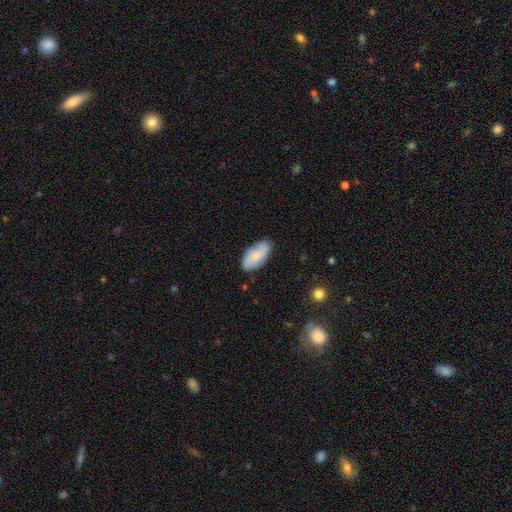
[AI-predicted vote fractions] Q: Smooth or featured?
A: smooth (70%); runner-up: featured or disk (24%)
Q: How rounded?
A: in between (93%); runner-up: cigar-shaped (5%)
Q: Merging?
A: none (83%); runner-up: minor disturbance (13%)